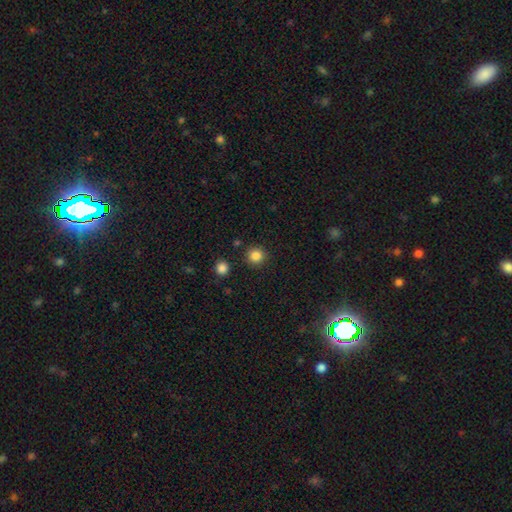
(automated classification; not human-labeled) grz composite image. It shows a smooth galaxy with no disk features (85%) that is round (94%). Merging: none (90%).